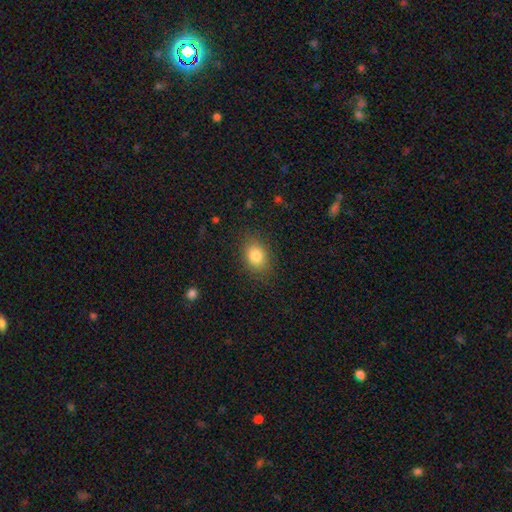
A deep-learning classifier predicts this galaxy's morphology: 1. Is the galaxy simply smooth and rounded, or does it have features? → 84% smooth, 10% star or artifact, 7% featured or disk.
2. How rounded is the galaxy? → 70% in between, 28% round, 1% cigar-shaped.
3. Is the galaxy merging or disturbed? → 84% none, 11% minor disturbance, 4% major disturbance, 1% merger.